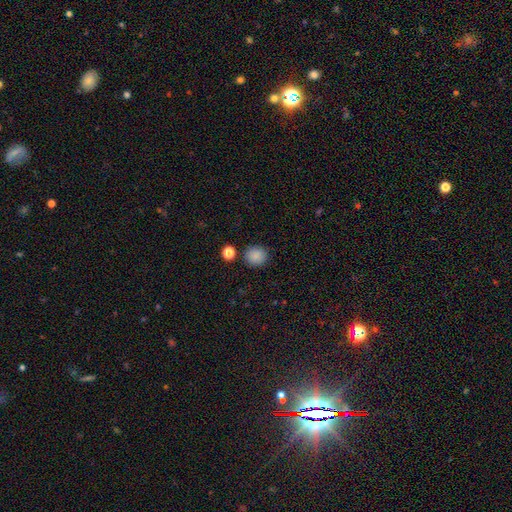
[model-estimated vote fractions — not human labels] smooth-or-featured: smooth: 87% | star or artifact: 10% | featured or disk: 4%
  how-rounded: round: 88% | in between: 11% | cigar-shaped: 1%
  merging: none: 87% | minor disturbance: 7% | merger: 4% | major disturbance: 2%